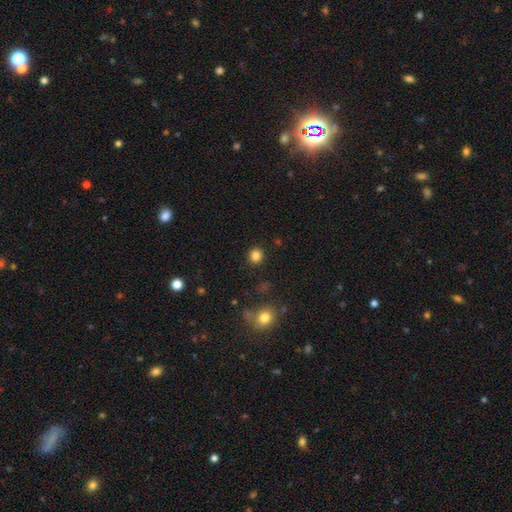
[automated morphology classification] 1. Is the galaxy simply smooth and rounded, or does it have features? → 84% smooth, 12% star or artifact, 4% featured or disk.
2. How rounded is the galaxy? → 91% round, 8% in between, 1% cigar-shaped.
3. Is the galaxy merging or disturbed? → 91% none, 6% minor disturbance, 2% major disturbance, 2% merger.